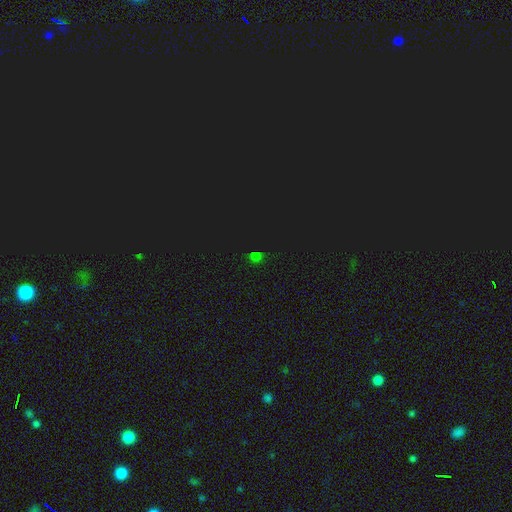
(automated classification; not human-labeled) smooth_or_featured: star or artifact (p=0.60) [alt: smooth p=0.34]